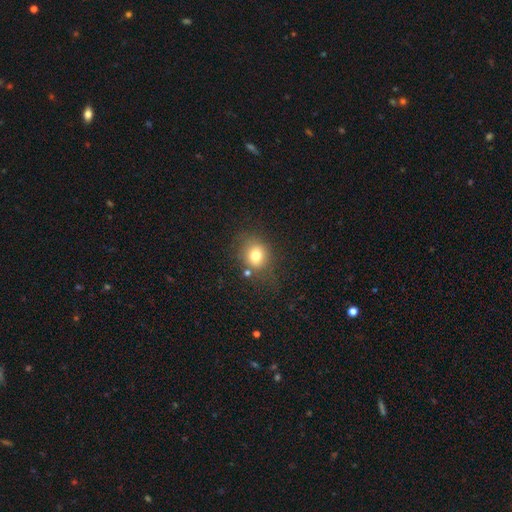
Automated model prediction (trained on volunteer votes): The model was most divided on "how rounded": round: 69%, in between: 30%, cigar-shaped: 1%. More confident: smooth or featured — smooth (76%); merging — none (67%).